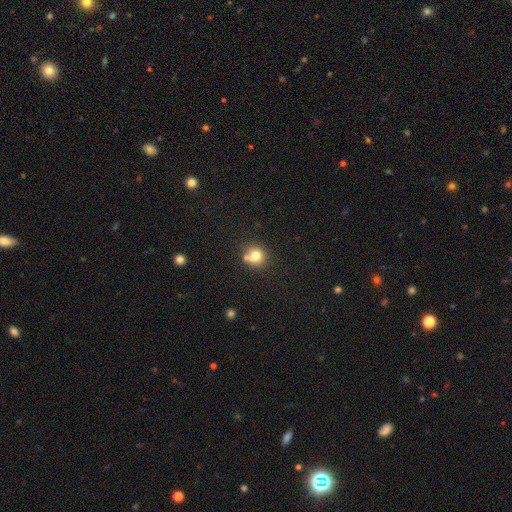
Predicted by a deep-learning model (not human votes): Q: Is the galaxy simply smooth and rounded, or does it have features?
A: smooth — 75%.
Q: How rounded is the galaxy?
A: round — 85%.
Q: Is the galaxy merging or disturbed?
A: none — 55%.